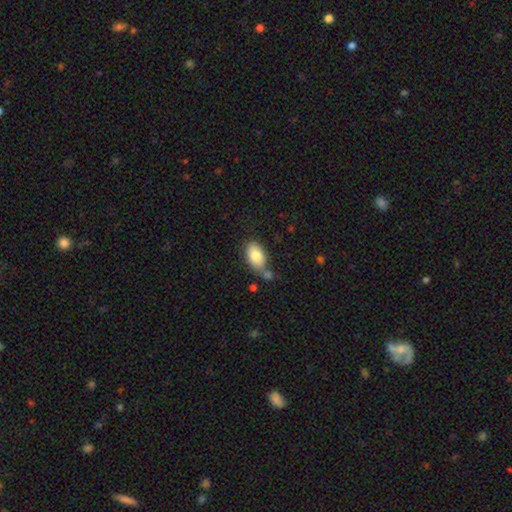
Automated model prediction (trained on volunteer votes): The model was most divided on "merging": none: 62%, minor disturbance: 17%, merger: 16%, major disturbance: 5%. More confident: how rounded — in between (91%); smooth or featured — smooth (80%).